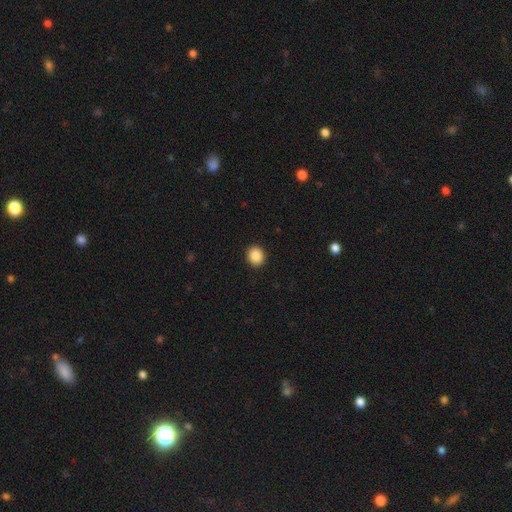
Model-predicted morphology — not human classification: type=smooth (88%); roundness=round (77%); merging=none (92%).